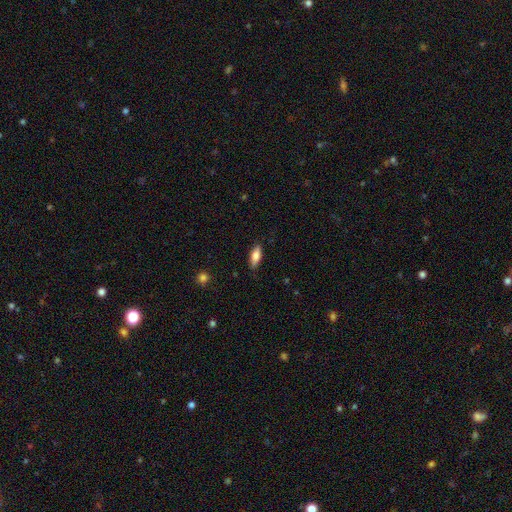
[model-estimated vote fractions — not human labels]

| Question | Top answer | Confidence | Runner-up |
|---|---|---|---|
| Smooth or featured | smooth | 76% | featured or disk (18%) |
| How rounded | in between | 71% | cigar-shaped (27%) |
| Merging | none | 85% | minor disturbance (12%) |